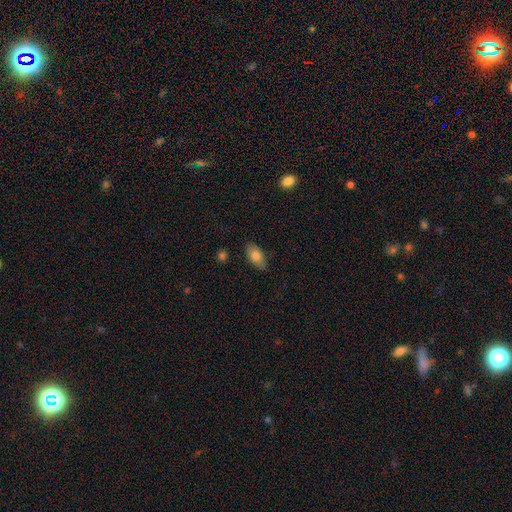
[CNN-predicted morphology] Overall: smooth (79%). How rounded: in between (91%). Merging: none (82%).